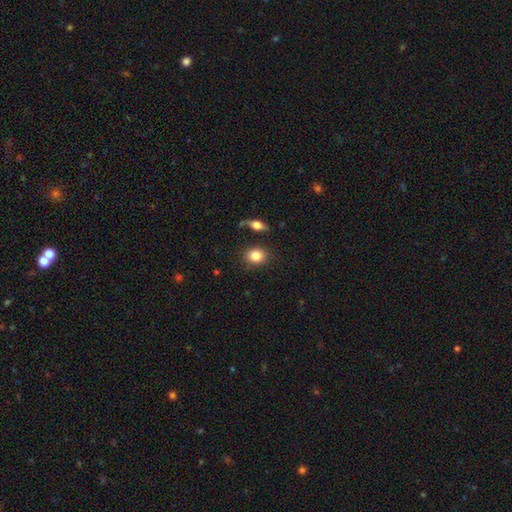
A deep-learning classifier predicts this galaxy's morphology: Smooth or featured: smooth — 83% (star or artifact — 9%)
How rounded: round — 59% (in between — 40%)
Merging: none — 82% (minor disturbance — 11%)